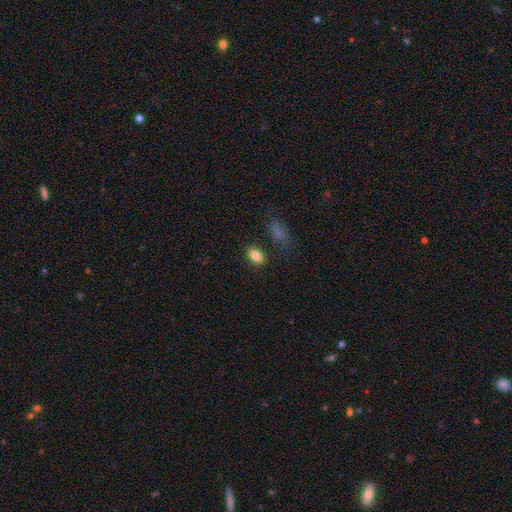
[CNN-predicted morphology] This is clearly a smooth galaxy (83%). How rounded: clearly in between (83%). Merging: clearly none (82%).